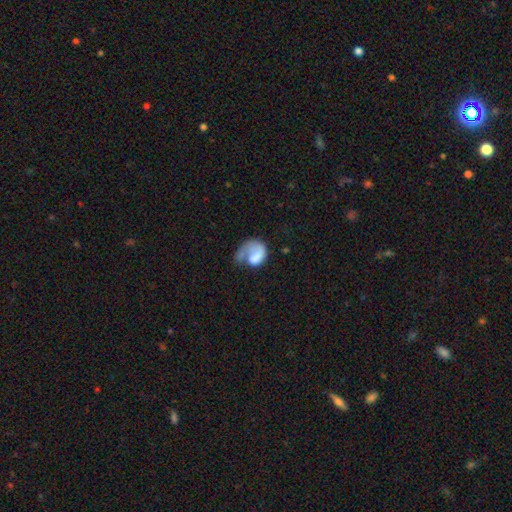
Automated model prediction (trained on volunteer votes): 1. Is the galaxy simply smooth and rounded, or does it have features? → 47% featured or disk, 46% smooth, 7% star or artifact.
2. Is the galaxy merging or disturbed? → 48% major disturbance, 27% none, 17% minor disturbance, 7% merger.